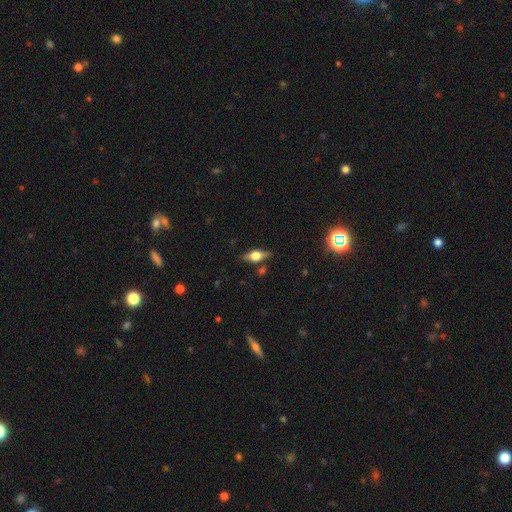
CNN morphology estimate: featured or disk 58%, smooth 33%, star or artifact 8%. Down the decision tree: edge-on disk — yes (93%); edge-on bulge — rounded (93%); merging — none (80%).